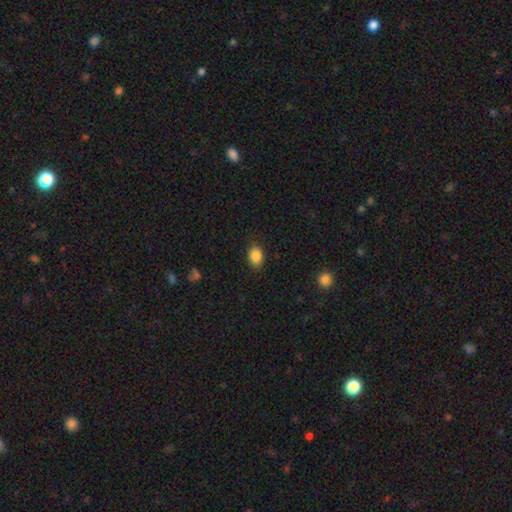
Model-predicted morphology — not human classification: Smooth or featured?
  - smooth: 87% *
  - star or artifact: 9%
  - featured or disk: 4%
How rounded?
  - in between: 76% *
  - round: 23%
  - cigar-shaped: 1%
Merging?
  - none: 84% *
  - minor disturbance: 12%
  - major disturbance: 3%
  - merger: 1%